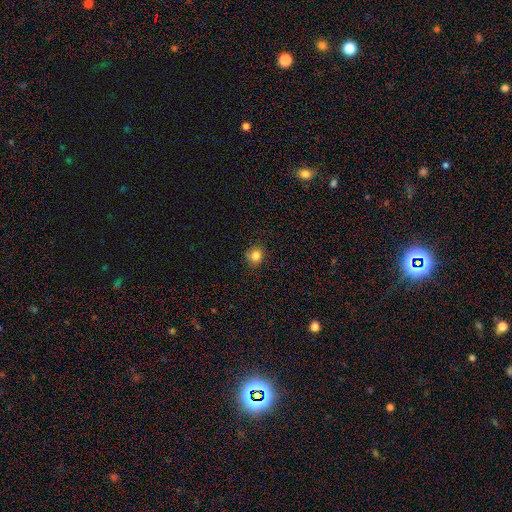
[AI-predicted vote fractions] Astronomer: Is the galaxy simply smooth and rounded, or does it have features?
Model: smooth — 84%.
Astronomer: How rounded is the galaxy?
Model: round — 85%.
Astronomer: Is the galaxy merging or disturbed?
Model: none — 88%.